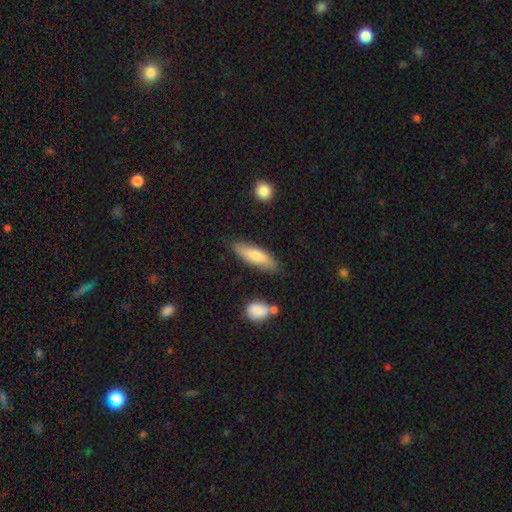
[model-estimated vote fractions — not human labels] smooth 78%, featured or disk 16%, star or artifact 6%. Down the decision tree: how rounded — cigar-shaped (62%); merging — none (82%).